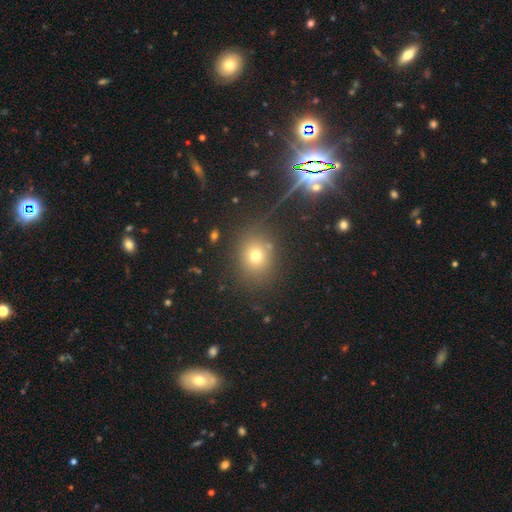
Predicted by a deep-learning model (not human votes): Smooth or featured? smooth (68%)
How rounded? round (66%)
Merging? none (81%)